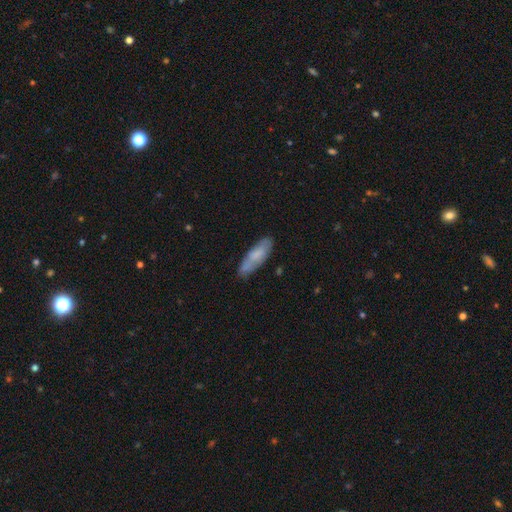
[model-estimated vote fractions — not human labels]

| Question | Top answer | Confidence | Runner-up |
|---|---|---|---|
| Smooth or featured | smooth | 66% | featured or disk (27%) |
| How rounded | cigar-shaped | 51% | in between (47%) |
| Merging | none | 71% | minor disturbance (20%) |